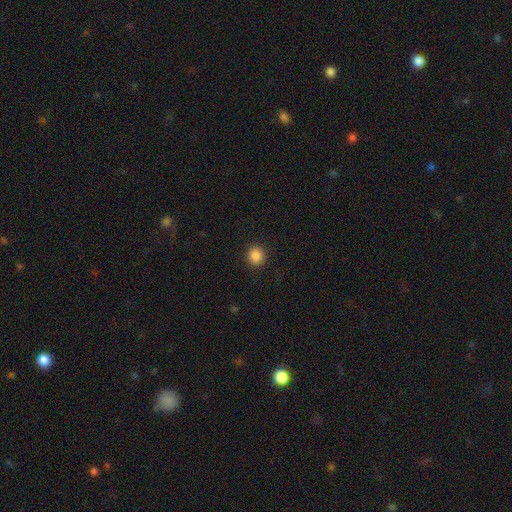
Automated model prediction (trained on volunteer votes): smooth-or-featured: smooth: 86% | star or artifact: 10% | featured or disk: 3%
  how-rounded: round: 91% | in between: 8% | cigar-shaped: 1%
  merging: none: 92% | minor disturbance: 5% | major disturbance: 2% | merger: 1%